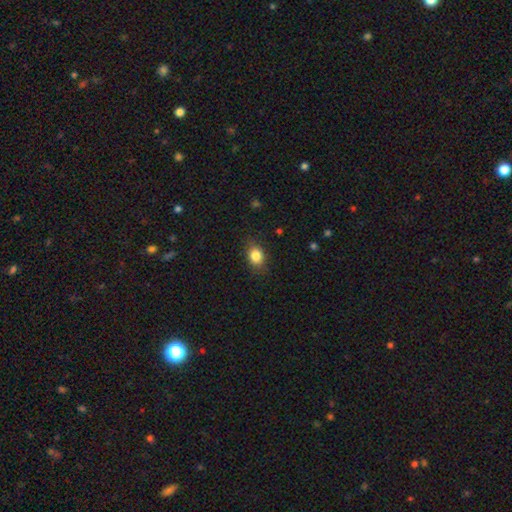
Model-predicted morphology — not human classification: Smooth or featured: smooth — 84% (star or artifact — 10%)
How rounded: in between — 60% (round — 38%)
Merging: none — 81% (minor disturbance — 14%)